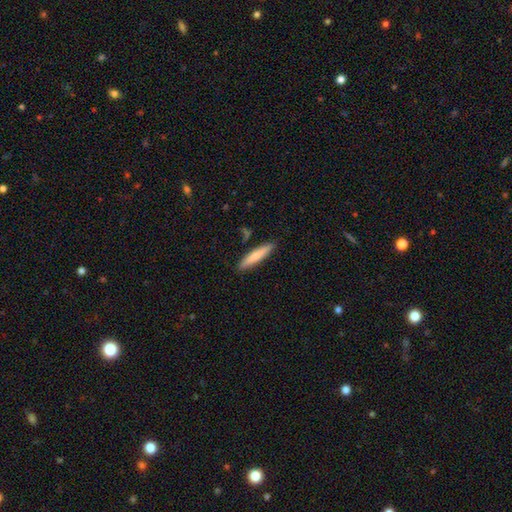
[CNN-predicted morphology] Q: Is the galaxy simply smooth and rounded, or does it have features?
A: smooth — 77%.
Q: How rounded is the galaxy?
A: cigar-shaped — 89%.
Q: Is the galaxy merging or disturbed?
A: none — 88%.